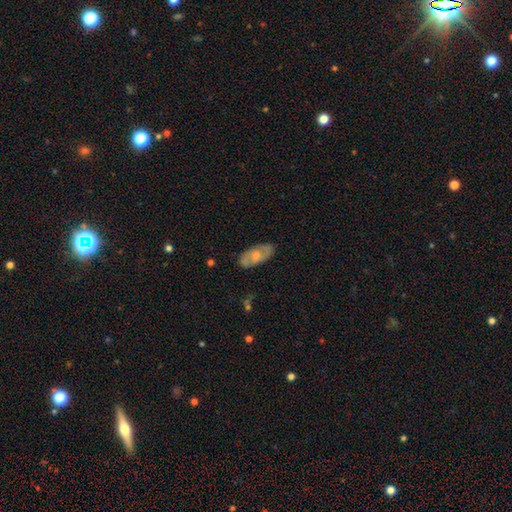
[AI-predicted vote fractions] Q: Smooth or featured?
A: smooth (48%); runner-up: featured or disk (46%)
Q: Merging?
A: none (81%); runner-up: minor disturbance (15%)